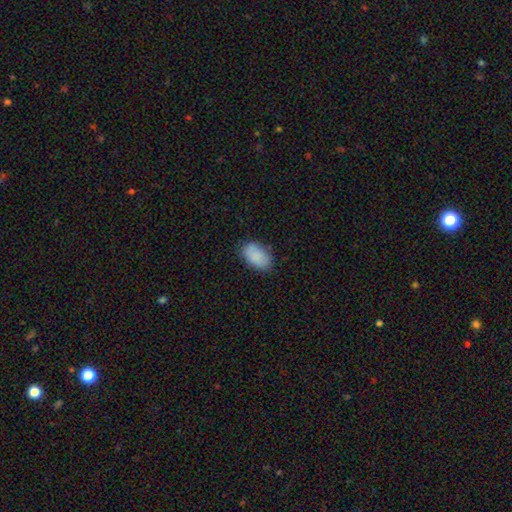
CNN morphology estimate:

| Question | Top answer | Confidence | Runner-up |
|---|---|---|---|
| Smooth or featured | smooth | 86% | star or artifact (7%) |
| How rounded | in between | 92% | round (7%) |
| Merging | none | 77% | minor disturbance (17%) |